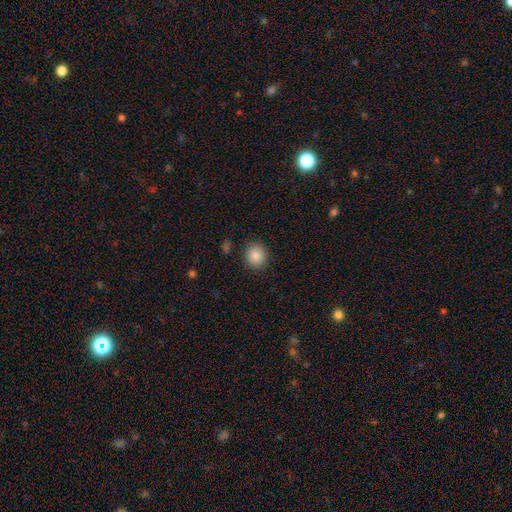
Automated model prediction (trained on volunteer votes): This is clearly a smooth galaxy (87%). How rounded: likely round (79%). Merging: clearly none (87%).